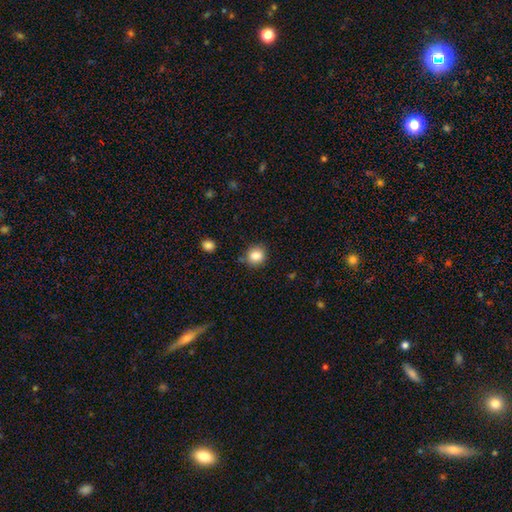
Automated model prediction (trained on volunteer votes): Smooth or featured? Predicted: smooth (p=0.86). How rounded? Predicted: round (p=0.83). Merging? Predicted: none (p=0.82).